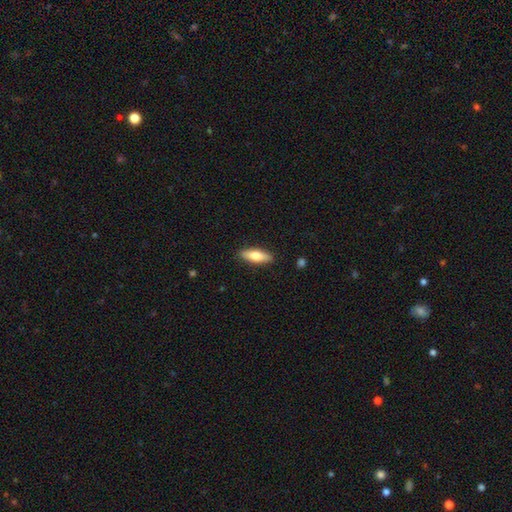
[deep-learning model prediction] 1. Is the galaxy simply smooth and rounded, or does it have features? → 68% smooth, 26% featured or disk, 6% star or artifact.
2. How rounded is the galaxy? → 54% in between, 43% cigar-shaped, 2% round.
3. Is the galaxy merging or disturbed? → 89% none, 8% minor disturbance, 2% major disturbance, 1% merger.